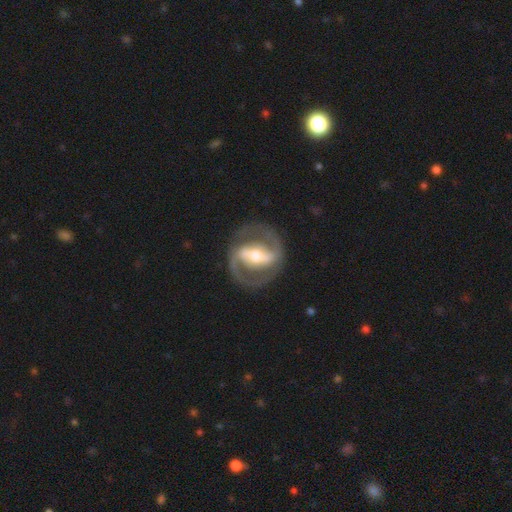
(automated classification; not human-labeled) Morphology: type=featured or disk (88%); edge-on=no (96%); bar=strong (65%); spiral arms=yes (91%); winding=medium (53%); arm count=2 (92%); bulge=moderate (60%); merging=none (84%).